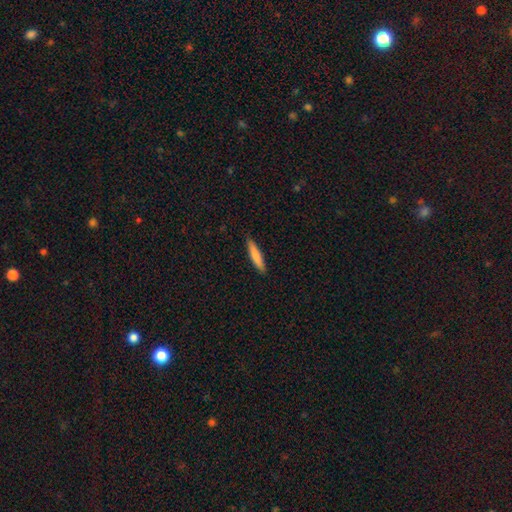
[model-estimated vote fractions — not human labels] A smooth galaxy with no disk features (79%) that is cigar-shaped (89%).

Vote fractions:
- Smooth or featured? smooth: 79% / featured or disk: 16% / star or artifact: 5%
- How rounded? cigar-shaped: 89% / in between: 10% / round: 1%
- Merging? none: 89% / minor disturbance: 8% / major disturbance: 2% / merger: 1%